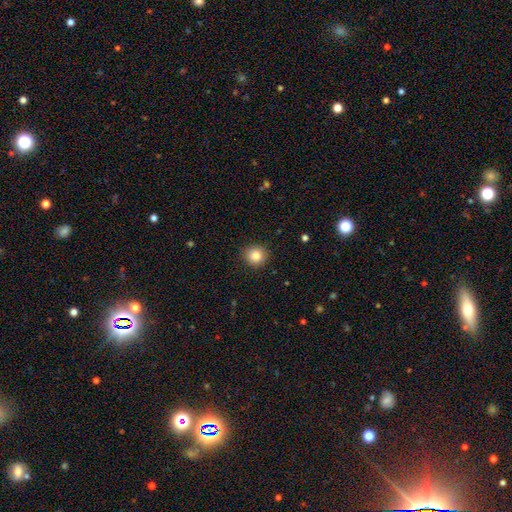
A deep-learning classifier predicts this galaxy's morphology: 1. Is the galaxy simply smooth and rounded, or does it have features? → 84% smooth, 10% star or artifact, 6% featured or disk.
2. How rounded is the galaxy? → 93% round, 6% in between, 1% cigar-shaped.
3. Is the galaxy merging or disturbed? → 91% none, 6% minor disturbance, 2% major disturbance, 1% merger.